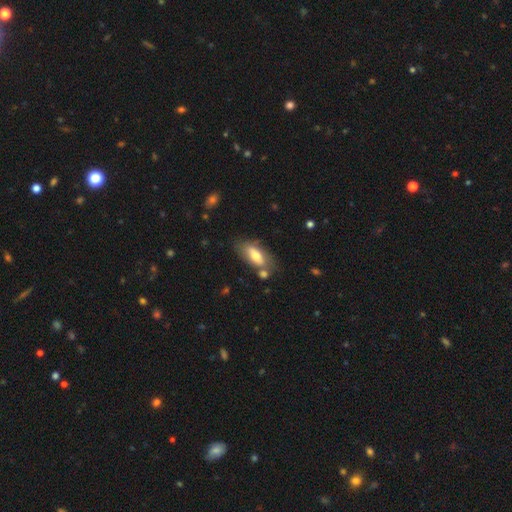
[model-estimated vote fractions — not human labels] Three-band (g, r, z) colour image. It shows a smooth galaxy with no disk features (66%) that is in between round and cigar-shaped (82%). Merging: none (62%).